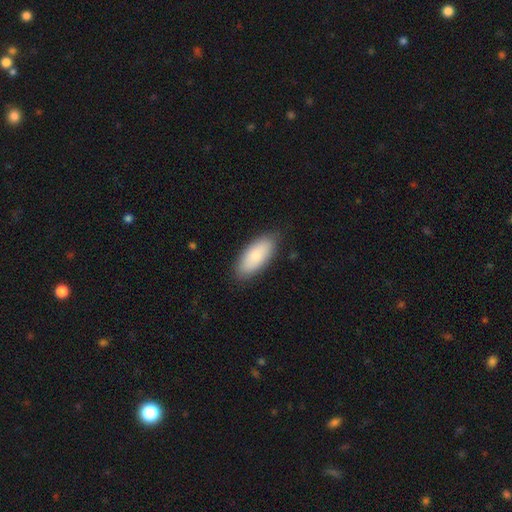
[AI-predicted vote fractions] A smooth galaxy with no disk features (82%) that is in between round and cigar-shaped (85%). Merging: none (85%).